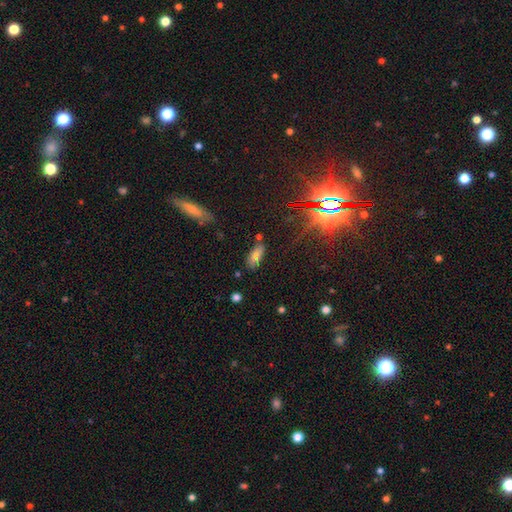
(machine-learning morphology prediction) This appears to be a smooth galaxy with no disk features (72%) that is in between round and cigar-shaped (81%). Merging: none (73%).